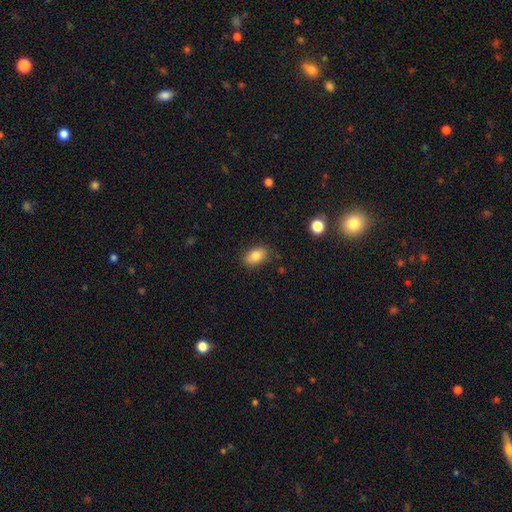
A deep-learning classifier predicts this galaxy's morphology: Smooth or featured? Predicted: smooth (p=0.81). How rounded? Predicted: in between (p=0.88). Merging? Predicted: none (p=0.84).